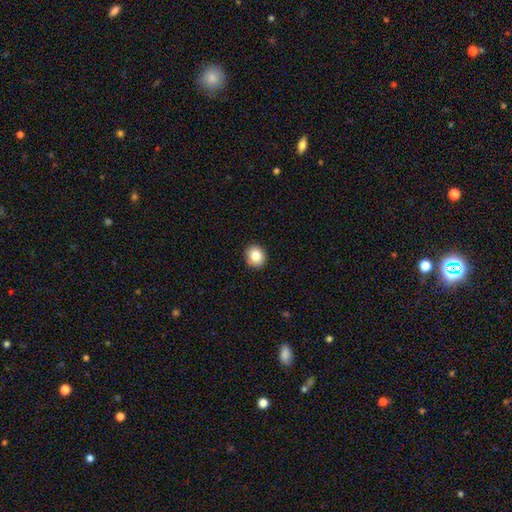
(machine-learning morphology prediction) This is clearly a smooth galaxy (84%). How rounded: likely round (79%). Merging: clearly none (91%).